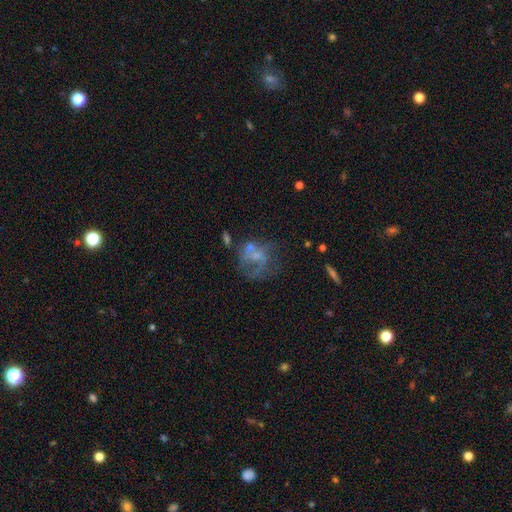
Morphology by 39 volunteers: Volunteers were most divided on "merging": major disturbance: 46%, none: 29%, merger: 17%, minor disturbance: 9%. Remaining: edge-on disk — no (96%); smooth or featured — featured or disk (72%); spiral arms — yes (70%); spiral winding — loose (68%); bar — no (56%); bulge size — moderate (52%); spiral arm count — 1 (47%).